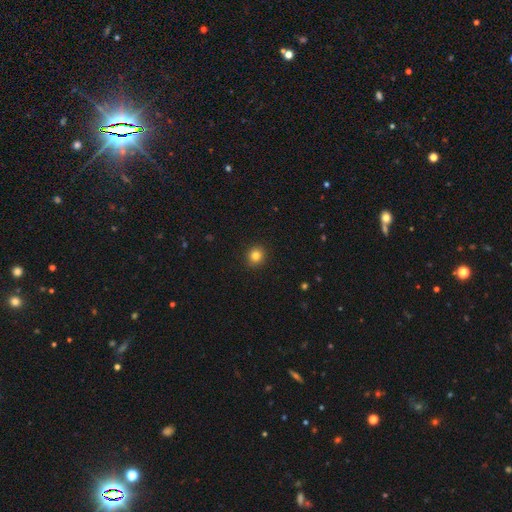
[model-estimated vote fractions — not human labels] A smooth galaxy with no disk features (82%) that is round (89%).

Vote fractions:
- Smooth or featured? smooth: 82% / star or artifact: 12% / featured or disk: 6%
- How rounded? round: 89% / in between: 10% / cigar-shaped: 1%
- Merging? none: 92% / minor disturbance: 5% / major disturbance: 2% / merger: 1%